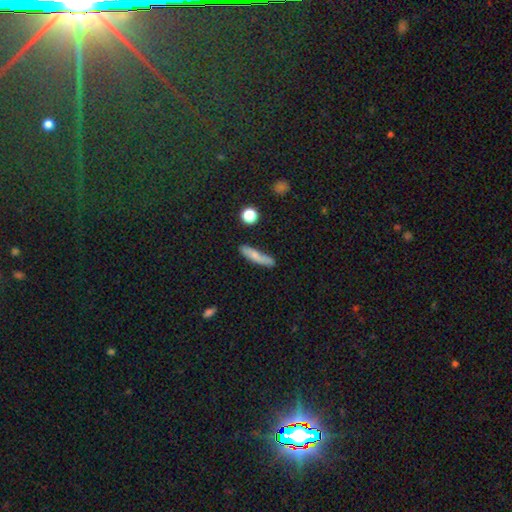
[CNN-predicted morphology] smooth 71%, featured or disk 21%, star or artifact 8%. Down the decision tree: how rounded — cigar-shaped (82%); merging — none (69%).